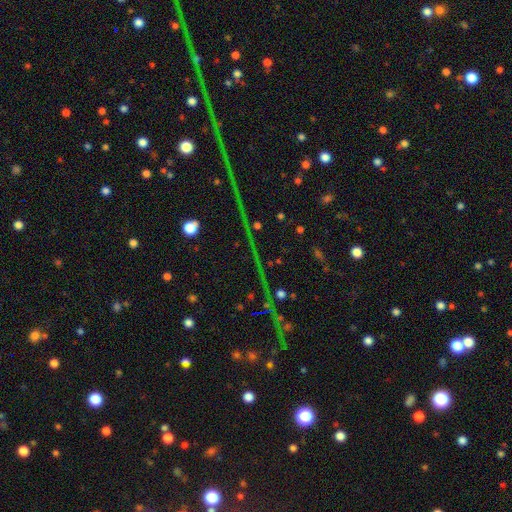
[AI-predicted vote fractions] smooth-or-featured: star or artifact: 78% | smooth: 12% | featured or disk: 10%